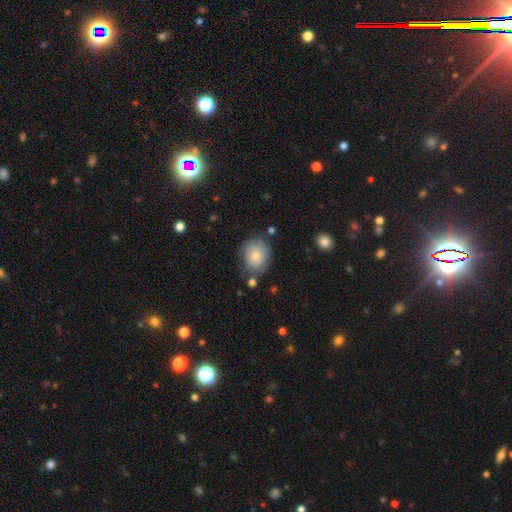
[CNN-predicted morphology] This appears to be a smooth galaxy with no disk features (80%) that is round (57%). Merging: none (66%).